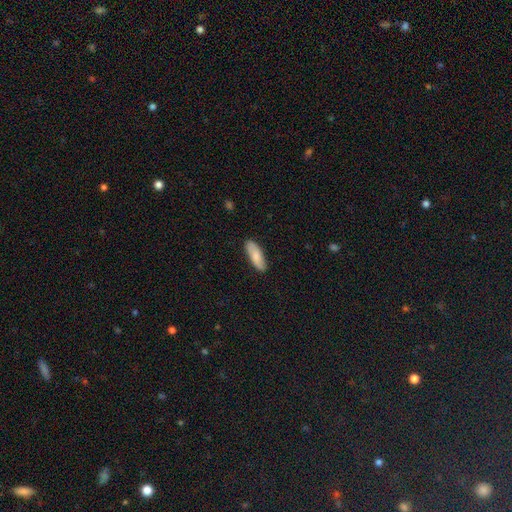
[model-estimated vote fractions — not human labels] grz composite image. It shows a smooth galaxy with no disk features (81%) that is in between round and cigar-shaped (60%). Merging: none (87%).